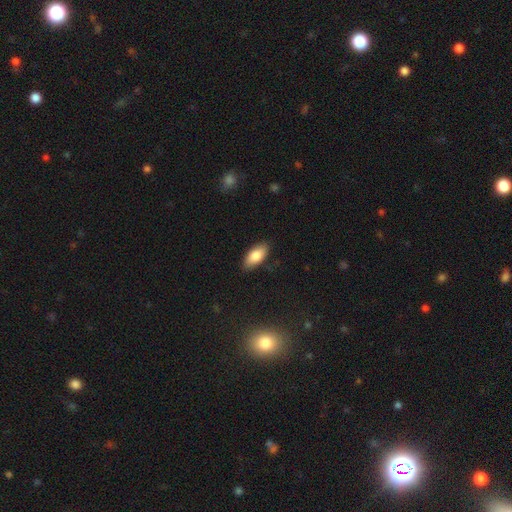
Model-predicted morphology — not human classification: smooth-or-featured: smooth: 83% | featured or disk: 11% | star or artifact: 7%
  how-rounded: in between: 89% | cigar-shaped: 8% | round: 2%
  merging: none: 86% | minor disturbance: 11% | major disturbance: 2% | merger: 1%